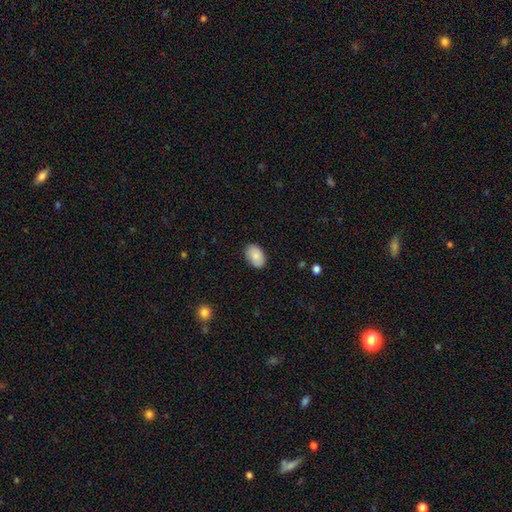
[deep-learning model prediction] Morphology: type=smooth (85%); roundness=in between (90%); merging=none (85%).